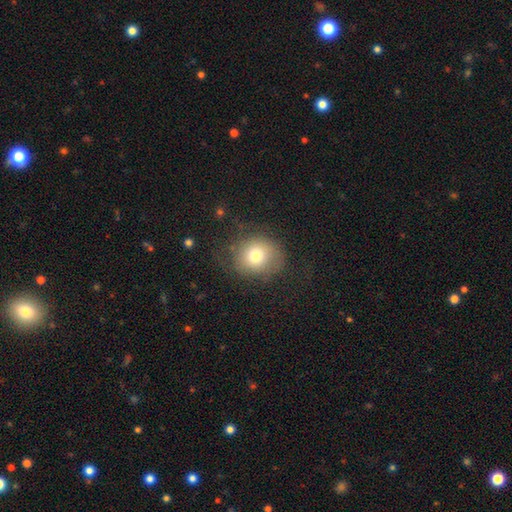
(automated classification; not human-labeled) Overall: smooth (73%). How rounded: round (81%). Merging: none (69%).